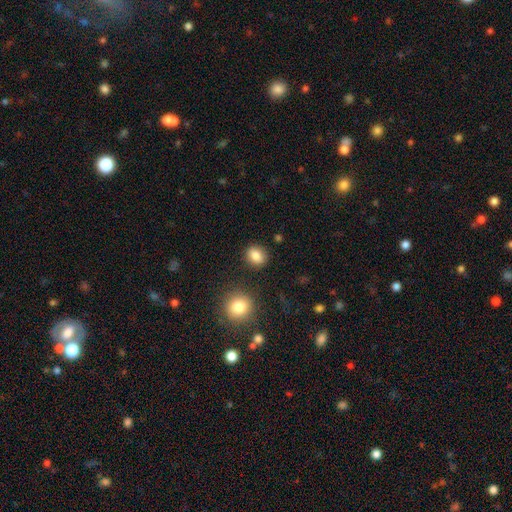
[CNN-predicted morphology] smooth 85%, star or artifact 9%, featured or disk 5%. Down the decision tree: how rounded — round (59%); merging — none (86%).